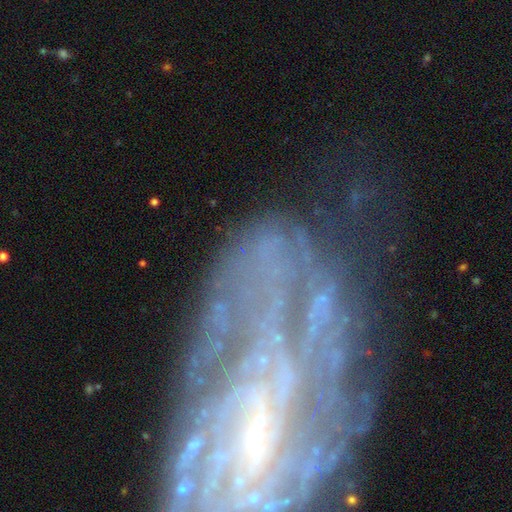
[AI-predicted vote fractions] smooth-or-featured: featured or disk: 80% | star or artifact: 10% | smooth: 10%
  disk-edge-on: no: 94% | yes: 6%
    bar: weak: 43% | no: 33% | strong: 23%
    has-spiral-arms: yes: 83% | no: 17%
      spiral-winding: tight: 52% | medium: 32% | loose: 15%
      spiral-arm-count: can't tell: 47% | 2: 17% | 3: 11% | 4: 10% | more than 4: 8% | 1: 7%
    bulge-size: small: 53% | none: 22% | moderate: 21% | large: 3% | dominant: 1%
  merging: none: 53% | major disturbance: 22% | minor disturbance: 20% | merger: 5%